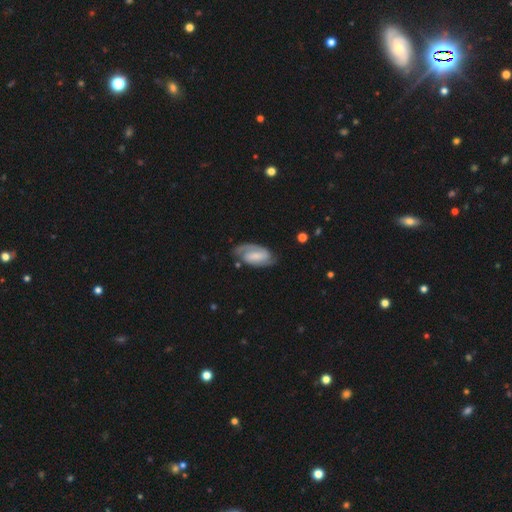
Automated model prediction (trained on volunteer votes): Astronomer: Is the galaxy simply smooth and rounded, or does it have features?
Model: featured or disk — 78%.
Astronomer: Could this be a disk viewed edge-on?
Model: no — 96%.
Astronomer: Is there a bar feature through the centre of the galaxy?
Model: weak — 45% (runner-up: strong, 30%).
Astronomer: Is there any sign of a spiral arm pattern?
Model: yes — 95%.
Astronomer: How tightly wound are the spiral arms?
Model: tight — 45% (runner-up: medium, 43%).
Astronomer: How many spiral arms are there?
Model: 2 — 84%.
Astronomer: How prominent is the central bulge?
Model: small — 38% (runner-up: moderate, 27%).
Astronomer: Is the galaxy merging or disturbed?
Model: none — 73%.